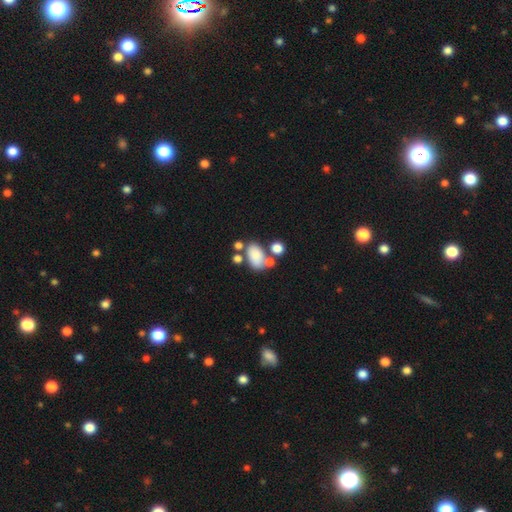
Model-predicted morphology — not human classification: smooth_or_featured: smooth (p=0.78) [alt: featured or disk p=0.11]
how_rounded: in between (p=0.89) [alt: round p=0.10]
merging: none (p=0.49) [alt: merger p=0.31]